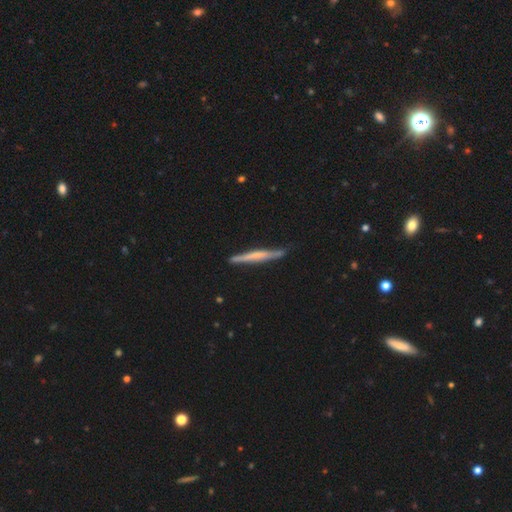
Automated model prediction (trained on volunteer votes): A featured or disk galaxy (58%) viewed edge-on (95%) with no central bulge (48%). Merging: none (78%).